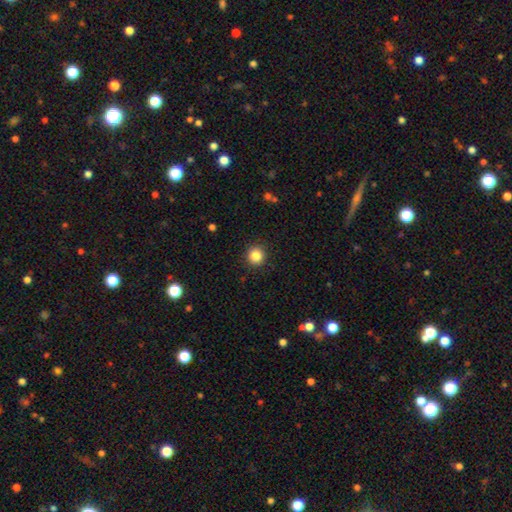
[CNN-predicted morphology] Smooth or featured: smooth — 85% (star or artifact — 11%)
How rounded: round — 94% (in between — 5%)
Merging: none — 92% (minor disturbance — 6%)